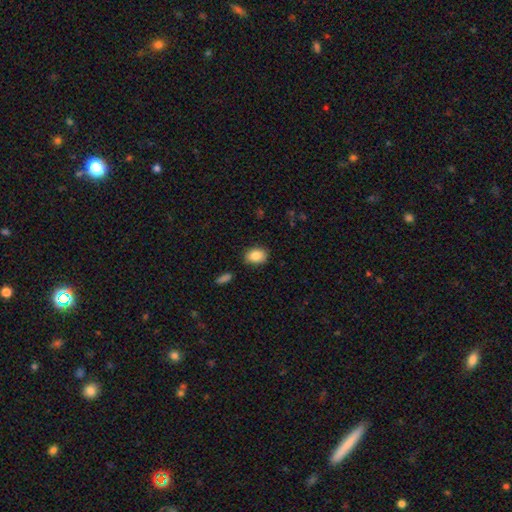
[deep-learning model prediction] smooth_or_featured: smooth (p=0.86) [alt: star or artifact p=0.08]
how_rounded: in between (p=0.77) [alt: round p=0.22]
merging: none (p=0.81) [alt: minor disturbance p=0.14]